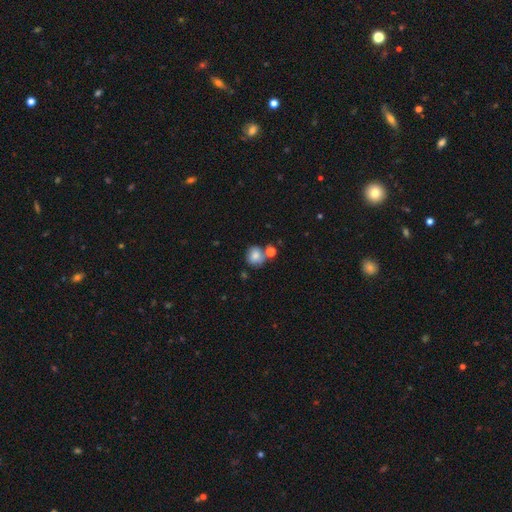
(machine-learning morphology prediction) smooth-or-featured: smooth: 80% | featured or disk: 10% | star or artifact: 10%
  how-rounded: round: 84% | in between: 15% | cigar-shaped: 1%
  merging: none: 61% | merger: 21% | minor disturbance: 14% | major disturbance: 4%